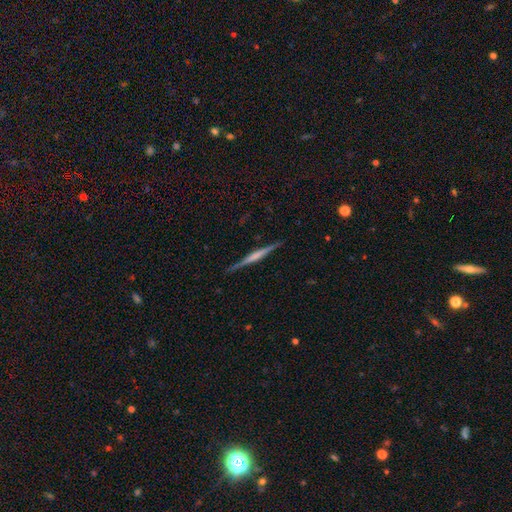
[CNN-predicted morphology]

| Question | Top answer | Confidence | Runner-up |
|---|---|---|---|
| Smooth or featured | featured or disk | 73% | smooth (21%) |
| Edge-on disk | yes | 98% | no (2%) |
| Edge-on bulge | rounded | 35% | boxy (33%) |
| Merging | none | 89% | minor disturbance (8%) |